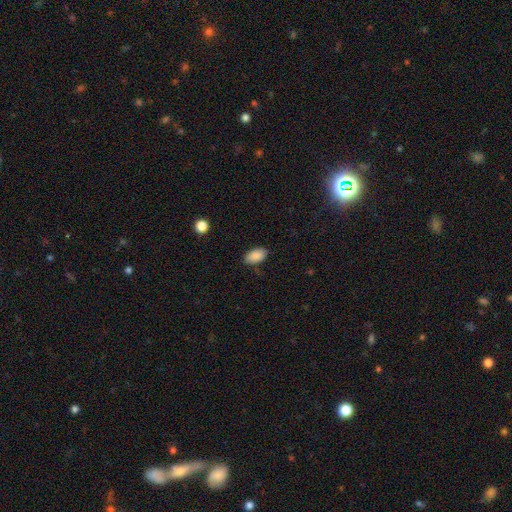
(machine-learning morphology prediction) The model was most divided on "merging": none: 81%, minor disturbance: 15%, major disturbance: 3%, merger: 1%. More confident: how rounded — in between (93%); smooth or featured — smooth (89%).